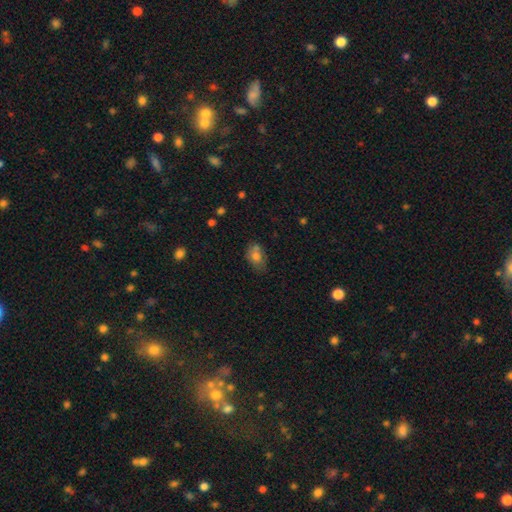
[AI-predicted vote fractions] A smooth galaxy with no disk features (74%) that is in between round and cigar-shaped (79%). Merging: none (53%).